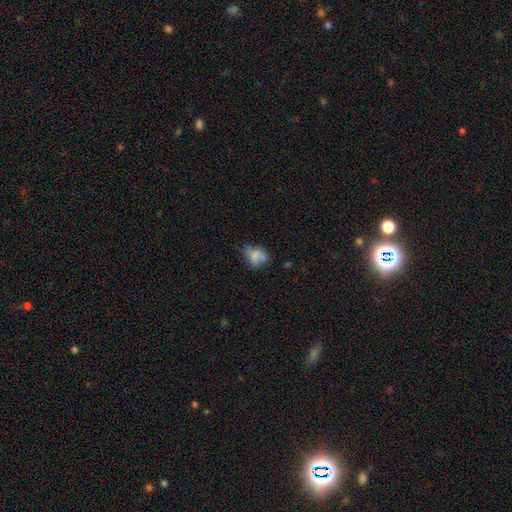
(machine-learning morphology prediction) This appears to be a smooth galaxy with no disk features (67%) that is in between round and cigar-shaped (64%). Merging: none (41%).